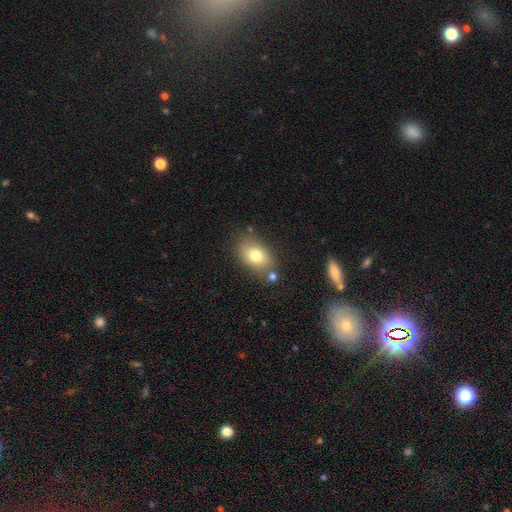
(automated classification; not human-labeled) smooth-or-featured: smooth: 77% | featured or disk: 14% | star or artifact: 9%
  how-rounded: in between: 84% | round: 15% | cigar-shaped: 2%
  merging: none: 71% | minor disturbance: 15% | merger: 9% | major disturbance: 4%